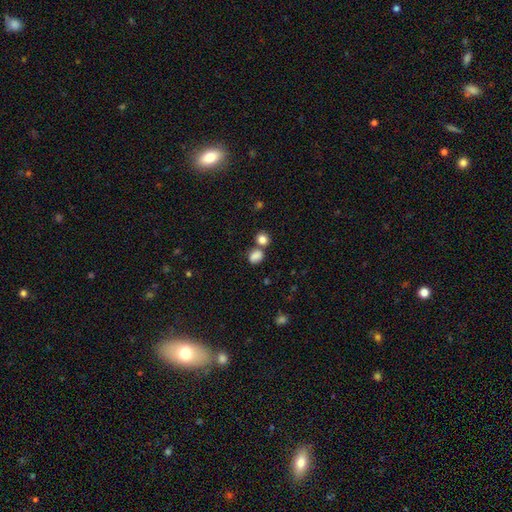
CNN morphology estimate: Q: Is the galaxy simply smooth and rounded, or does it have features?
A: smooth — 83%.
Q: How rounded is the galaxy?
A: in between — 58%.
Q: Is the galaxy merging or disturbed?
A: none — 50%.